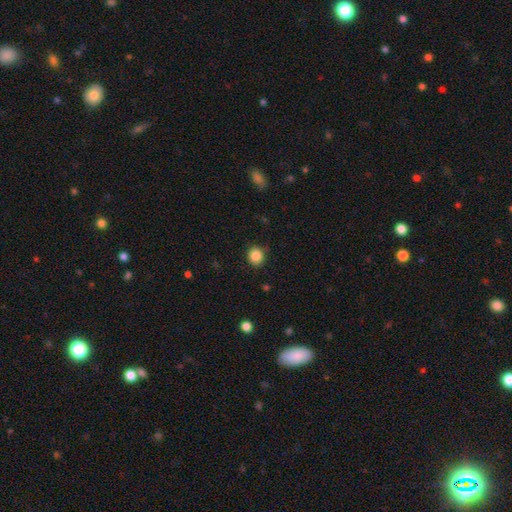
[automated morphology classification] smooth-or-featured: smooth: 86% | star or artifact: 10% | featured or disk: 4%
  how-rounded: round: 87% | in between: 12% | cigar-shaped: 1%
  merging: none: 88% | minor disturbance: 9% | major disturbance: 2% | merger: 1%